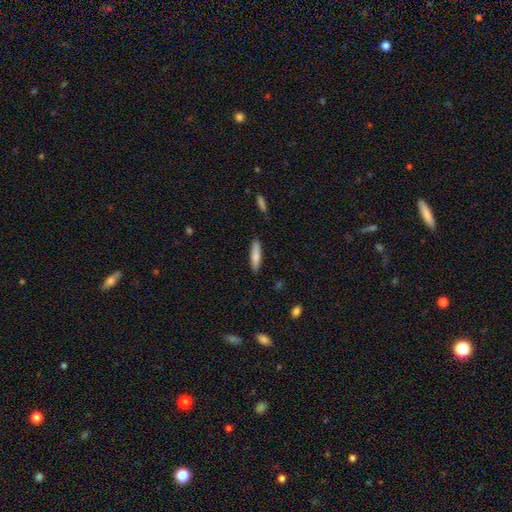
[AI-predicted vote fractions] smooth_or_featured: smooth (p=0.80) [alt: featured or disk p=0.15]
how_rounded: cigar-shaped (p=0.79) [alt: in between p=0.19]
merging: none (p=0.88) [alt: minor disturbance p=0.09]